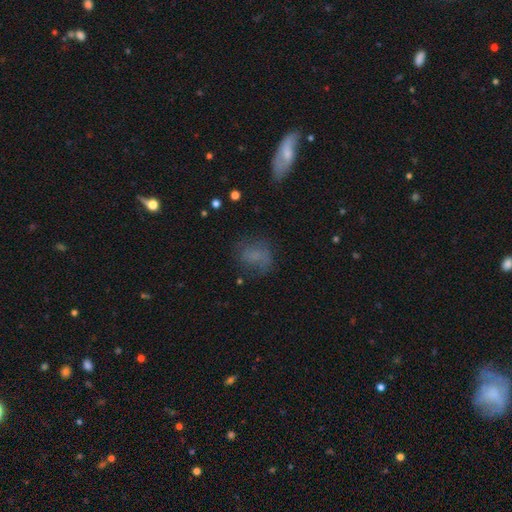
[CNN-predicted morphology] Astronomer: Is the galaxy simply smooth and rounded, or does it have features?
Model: smooth — 61%.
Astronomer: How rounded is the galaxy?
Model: in between — 56% (runner-up: round, 41%).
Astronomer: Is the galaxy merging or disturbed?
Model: none — 57%.